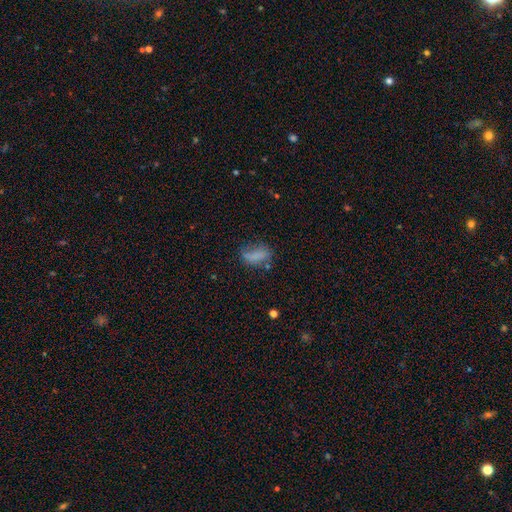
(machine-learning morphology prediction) Smooth or featured?
  - smooth: 73% *
  - featured or disk: 16%
  - star or artifact: 11%
How rounded?
  - in between: 79% *
  - cigar-shaped: 14%
  - round: 7%
Merging?
  - none: 51% *
  - minor disturbance: 27%
  - major disturbance: 17%
  - merger: 5%